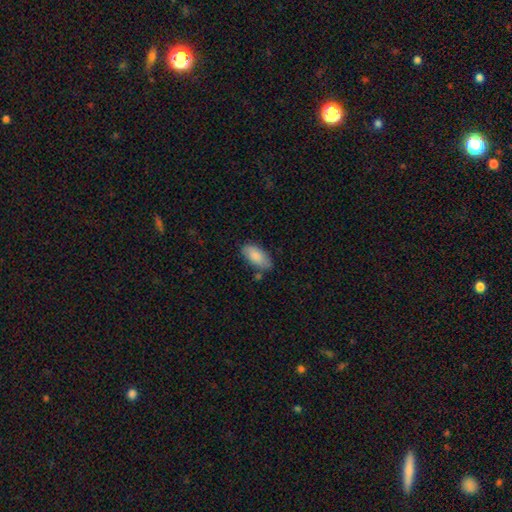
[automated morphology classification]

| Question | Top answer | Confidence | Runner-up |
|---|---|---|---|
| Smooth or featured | smooth | 85% | featured or disk (9%) |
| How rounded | in between | 91% | cigar-shaped (7%) |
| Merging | none | 72% | minor disturbance (19%) |